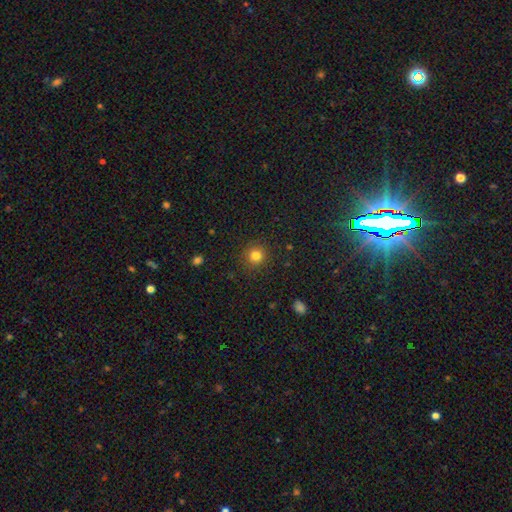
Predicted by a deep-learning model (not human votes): Smooth or featured?
  - smooth: 81% *
  - star or artifact: 13%
  - featured or disk: 5%
How rounded?
  - round: 93% *
  - in between: 6%
  - cigar-shaped: 1%
Merging?
  - none: 90% *
  - minor disturbance: 6%
  - major disturbance: 2%
  - merger: 1%